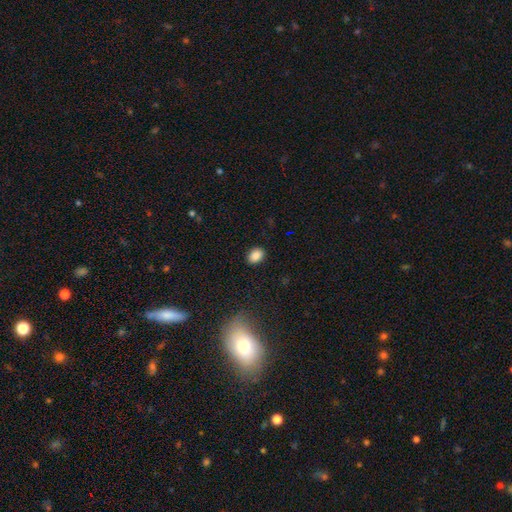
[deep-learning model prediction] This is clearly a smooth galaxy (86%). How rounded: likely in between (71%). Merging: clearly none (89%).